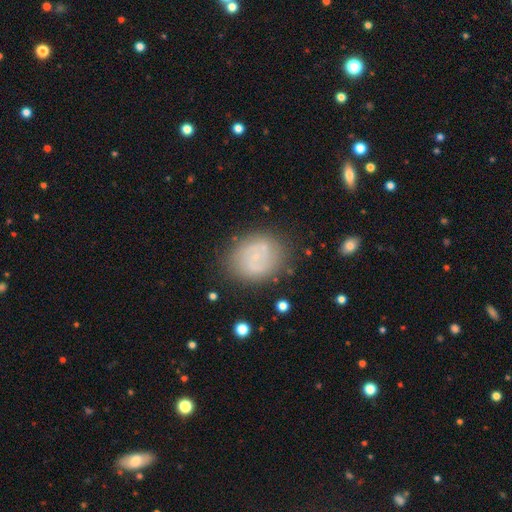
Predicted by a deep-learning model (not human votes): smooth_or_featured: featured or disk (p=0.53) [alt: smooth p=0.37]
disk_edge_on: no (p=0.97) [alt: yes p=0.03]
bar: no (p=0.56) [alt: weak p=0.35]
has_spiral_arms: yes (p=0.68) [alt: no p=0.32]
bulge_size: small (p=0.61) [alt: none p=0.26]
merging: none (p=0.76) [alt: minor disturbance p=0.15]